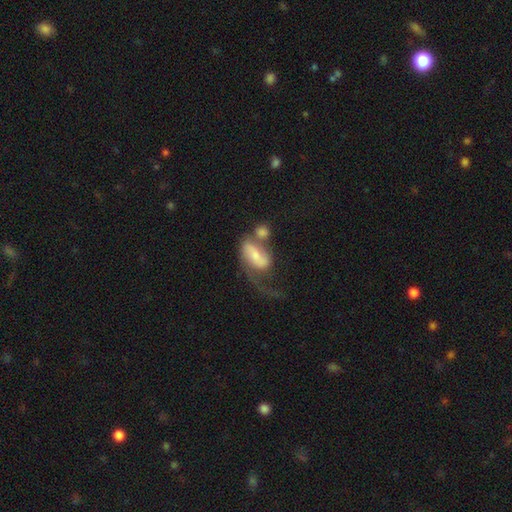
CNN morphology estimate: Smooth or featured: featured or disk — 53% (smooth — 39%)
Edge-on disk: no — 94% (yes — 6%)
Bar: no — 42% (weak — 36%)
Spiral arms: yes — 78% (no — 22%)
Bulge size: small — 42% (moderate — 32%)
Merging: merger — 42% (major disturbance — 29%)